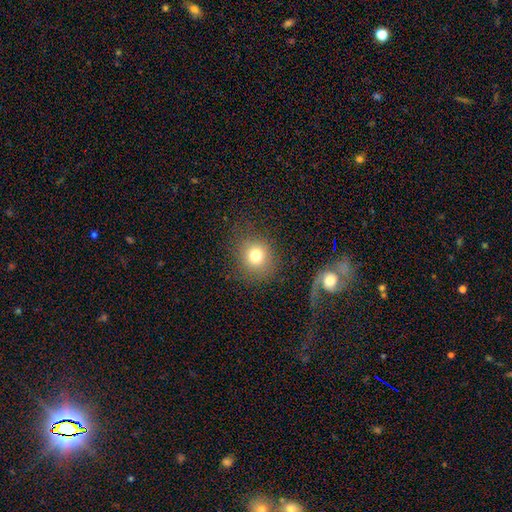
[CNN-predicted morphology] smooth-or-featured: smooth: 77% | star or artifact: 13% | featured or disk: 11%
  how-rounded: round: 85% | in between: 14% | cigar-shaped: 1%
  merging: none: 80% | minor disturbance: 11% | major disturbance: 6% | merger: 3%